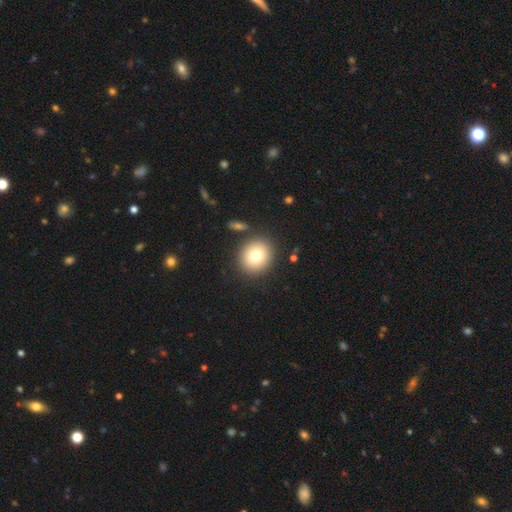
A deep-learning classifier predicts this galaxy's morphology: Smooth or featured? Predicted: smooth (p=0.77). How rounded? Predicted: round (p=0.78). Merging? Predicted: none (p=0.84).